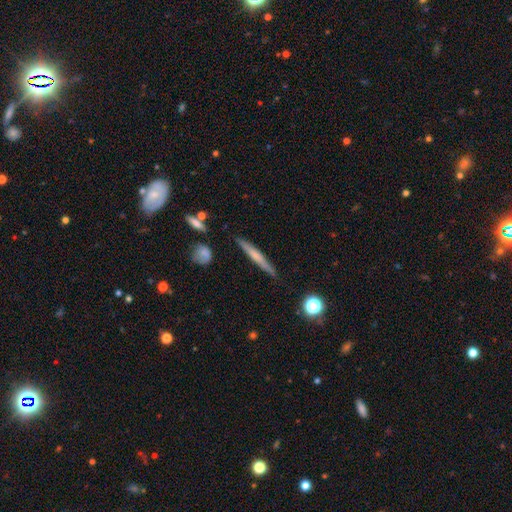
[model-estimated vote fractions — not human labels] Morphology: type=smooth (49%); merging=none (87%).